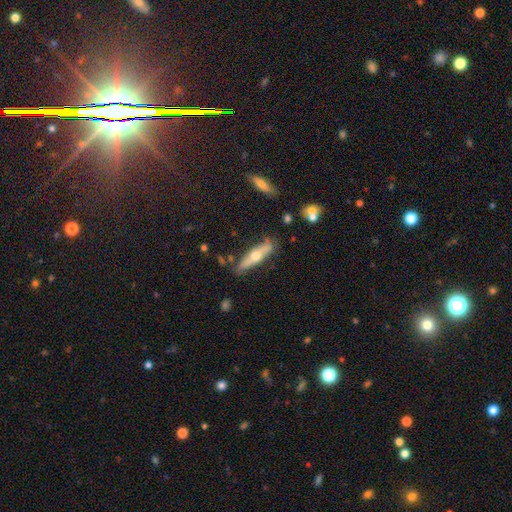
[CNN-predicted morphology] This is possibly a featured or disk galaxy (52%). It is clearly viewed edge-on (83%). Merging: likely none (76%).